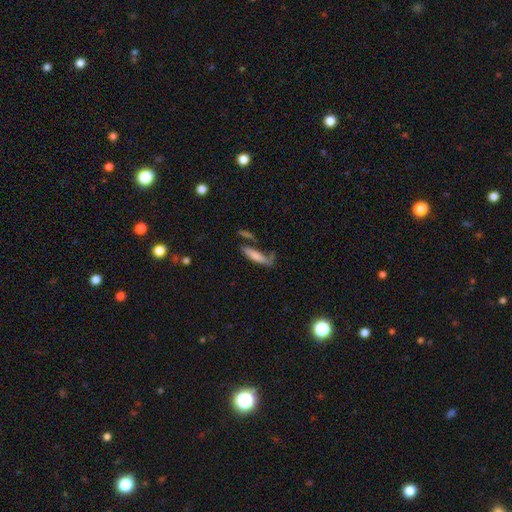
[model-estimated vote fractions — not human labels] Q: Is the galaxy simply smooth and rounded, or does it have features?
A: smooth — 67%.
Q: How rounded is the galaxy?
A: cigar-shaped — 80%.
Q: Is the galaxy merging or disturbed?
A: none — 45%.